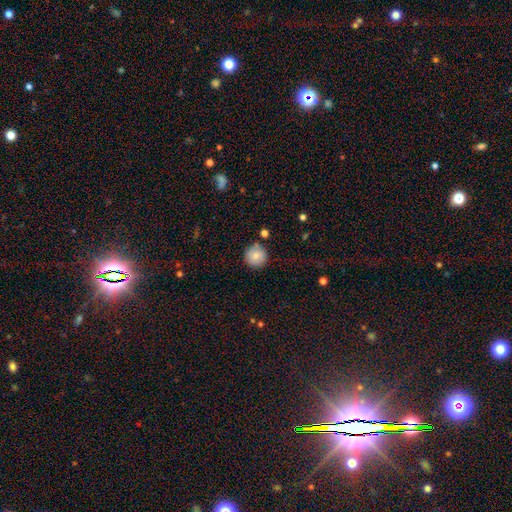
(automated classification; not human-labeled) A smooth galaxy with no disk features (77%) that is round (95%).

Vote fractions:
- Smooth or featured? smooth: 77% / featured or disk: 14% / star or artifact: 8%
- How rounded? round: 95% / in between: 4% / cigar-shaped: 1%
- Merging? none: 83% / minor disturbance: 11% / merger: 3% / major disturbance: 2%